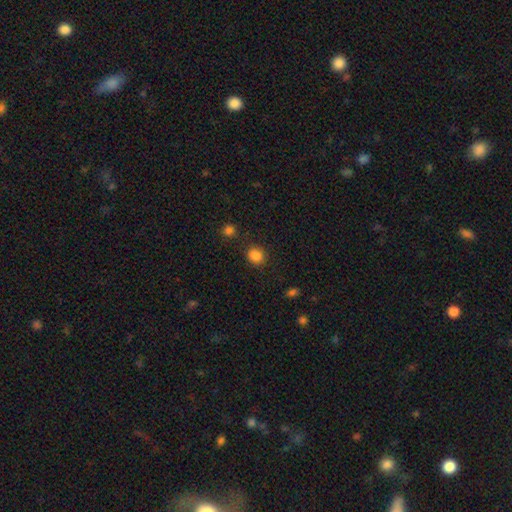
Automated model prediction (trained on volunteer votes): This appears to be a smooth galaxy with no disk features (85%) that is round (78%). Merging: none (85%).